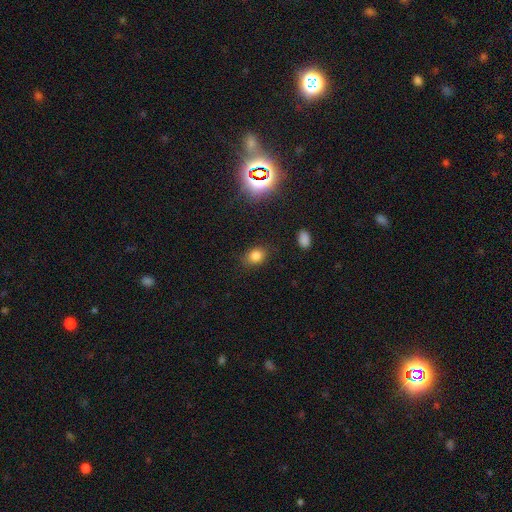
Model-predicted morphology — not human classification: smooth-or-featured: smooth: 80% | star or artifact: 14% | featured or disk: 6%
  how-rounded: in between: 58% | round: 41% | cigar-shaped: 1%
  merging: none: 82% | minor disturbance: 13% | major disturbance: 4% | merger: 2%